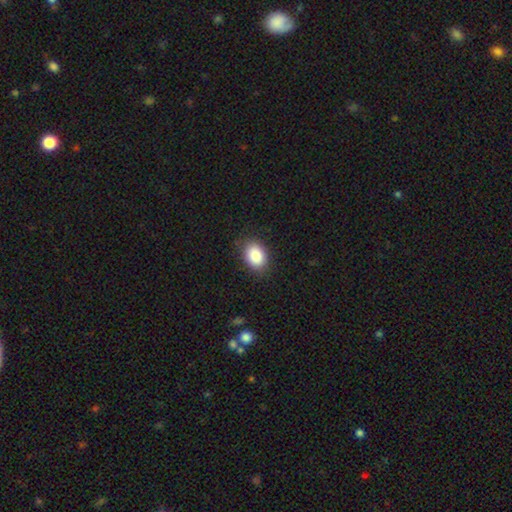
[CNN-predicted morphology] A smooth galaxy with no disk features (87%) that is in between round and cigar-shaped (72%). Merging: none (86%).